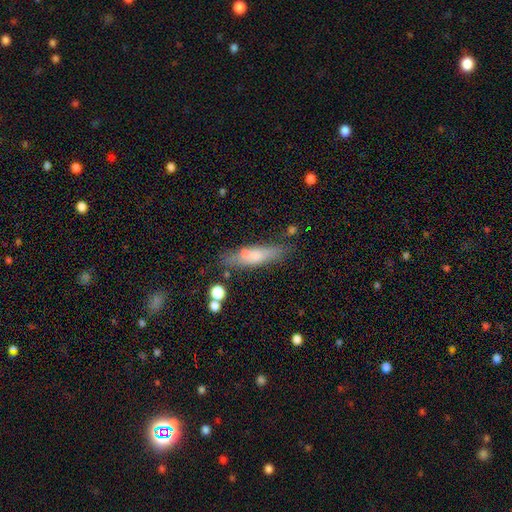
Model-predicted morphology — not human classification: Smooth or featured? Predicted: smooth (p=0.62). How rounded? Predicted: cigar-shaped (p=0.72). Merging? Predicted: none (p=0.70).